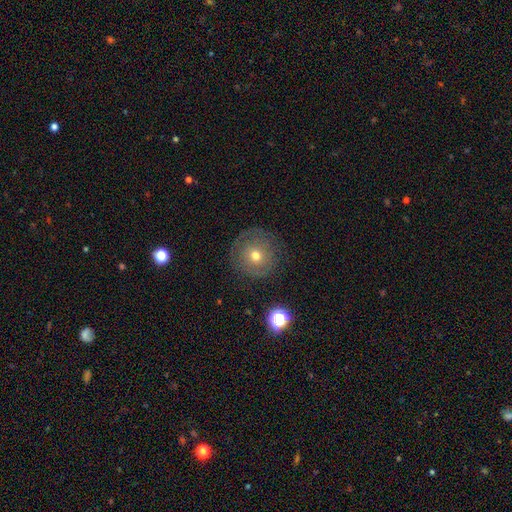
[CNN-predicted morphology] type=smooth (55%); roundness=round (93%); merging=none (77%).